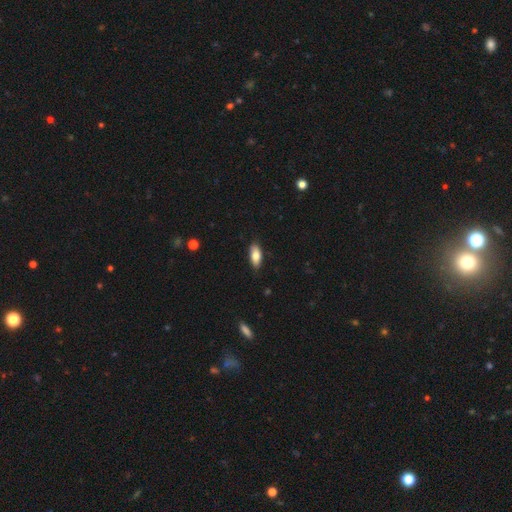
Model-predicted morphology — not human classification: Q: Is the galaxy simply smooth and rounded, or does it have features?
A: smooth — 80%.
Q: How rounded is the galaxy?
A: in between — 85%.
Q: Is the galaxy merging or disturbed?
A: none — 84%.